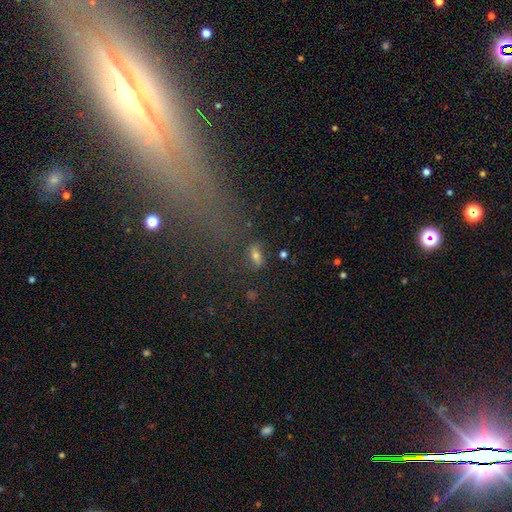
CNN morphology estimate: The model was most divided on "smooth or featured": smooth: 51%, featured or disk: 29%, star or artifact: 20%. More confident: merging — none (73%); how rounded — in between (70%).